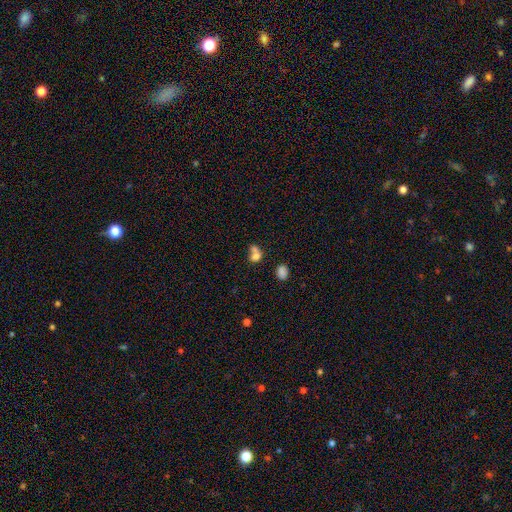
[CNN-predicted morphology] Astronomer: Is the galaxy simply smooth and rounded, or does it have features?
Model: smooth — 74%.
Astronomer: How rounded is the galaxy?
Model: round — 51% (runner-up: in between, 47%).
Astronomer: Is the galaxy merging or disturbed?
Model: merger — 62%.